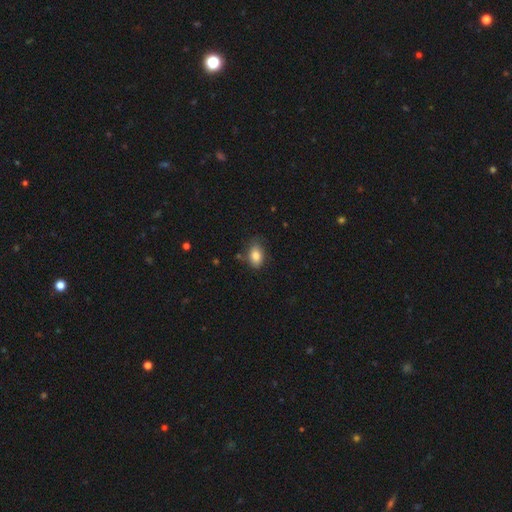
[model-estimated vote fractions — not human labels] smooth_or_featured: smooth (p=0.84) [alt: featured or disk p=0.08]
how_rounded: in between (p=0.85) [alt: round p=0.13]
merging: none (p=0.71) [alt: minor disturbance p=0.21]